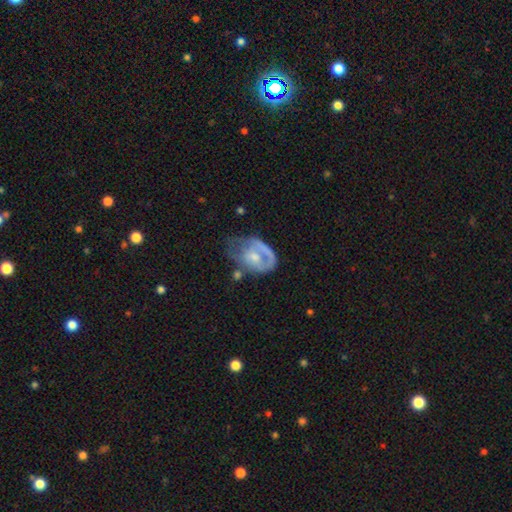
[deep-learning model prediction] Smooth or featured? Predicted: featured or disk (p=0.56). Edge-on disk? Predicted: no (p=0.96). Bar? Predicted: no (p=0.69). Spiral arms? Predicted: no (p=0.53). Bulge size? Predicted: moderate (p=0.47). Merging? Predicted: major disturbance (p=0.40).